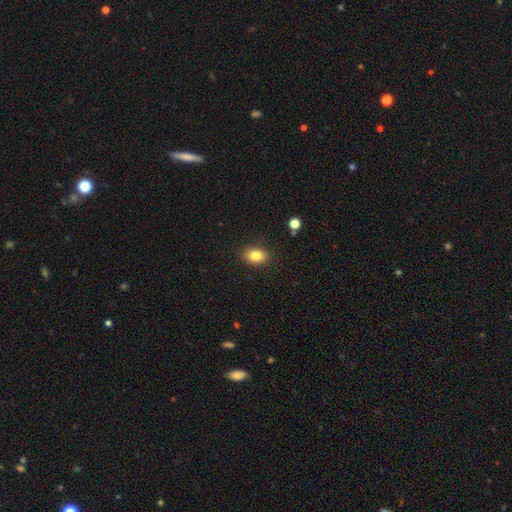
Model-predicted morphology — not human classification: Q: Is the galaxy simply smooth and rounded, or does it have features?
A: smooth — 83%.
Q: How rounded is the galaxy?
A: in between — 77%.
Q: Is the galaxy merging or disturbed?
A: none — 88%.